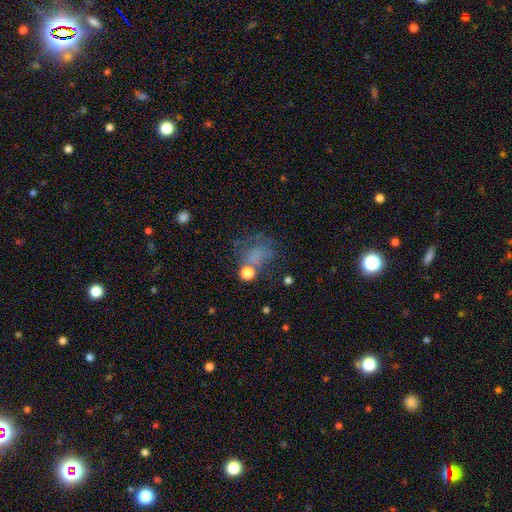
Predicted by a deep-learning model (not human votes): A smooth galaxy with no disk features (52%) that is round (54%).

Vote fractions:
- Smooth or featured? smooth: 52% / featured or disk: 25% / star or artifact: 24%
- How rounded? round: 54% / in between: 44% / cigar-shaped: 1%
- Merging? none: 40% / major disturbance: 32% / minor disturbance: 20% / merger: 8%